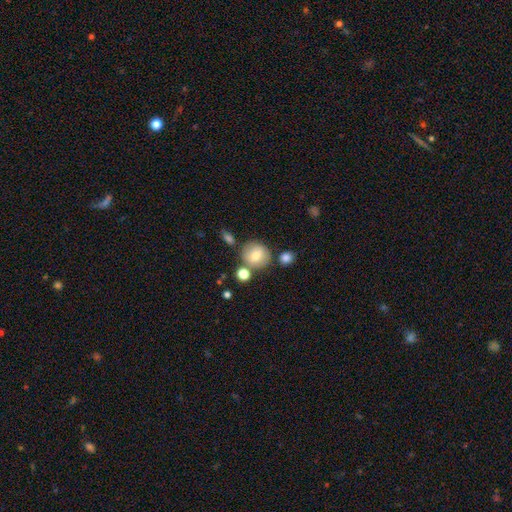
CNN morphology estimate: This is likely a smooth galaxy (73%). How rounded: clearly round (88%). Merging: likely none (71%).